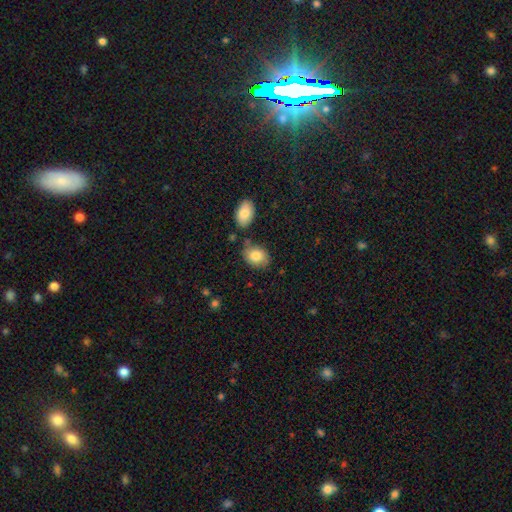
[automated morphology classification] smooth 82%, featured or disk 11%, star or artifact 7%. Down the decision tree: how rounded — in between (72%); merging — none (69%).